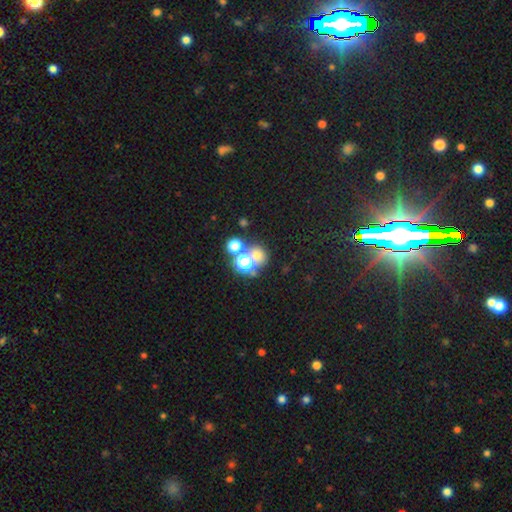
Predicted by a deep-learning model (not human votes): smooth 56%, star or artifact 32%, featured or disk 12%. Down the decision tree: how rounded — round (78%); merging — none (51%).